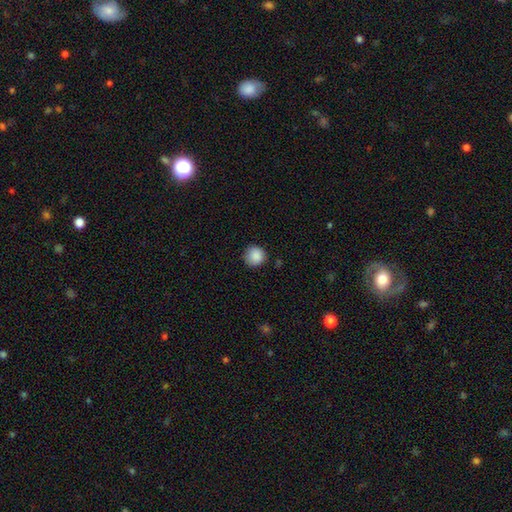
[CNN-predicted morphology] The model was most divided on "merging": none: 86%, minor disturbance: 11%, major disturbance: 2%, merger: 1%. More confident: how rounded — round (93%); smooth or featured — smooth (88%).